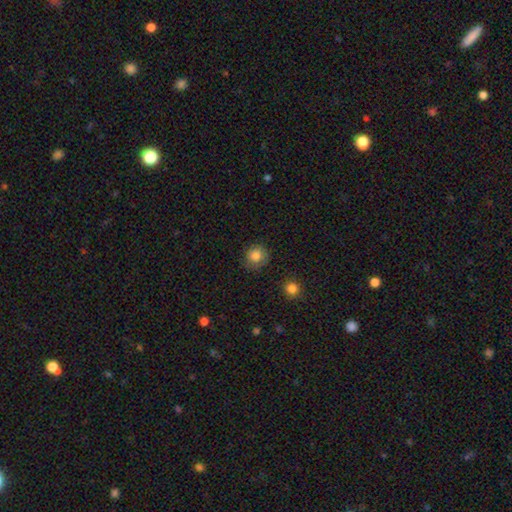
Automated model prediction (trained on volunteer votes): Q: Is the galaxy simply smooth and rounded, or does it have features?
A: smooth — 82%.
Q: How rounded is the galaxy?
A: round — 90%.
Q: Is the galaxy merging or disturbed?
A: none — 81%.